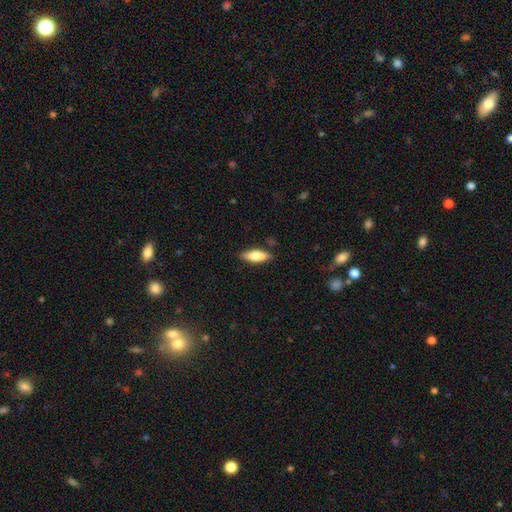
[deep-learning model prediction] Smooth or featured: smooth — 71% (featured or disk — 23%)
How rounded: in between — 64% (cigar-shaped — 34%)
Merging: none — 83% (minor disturbance — 13%)